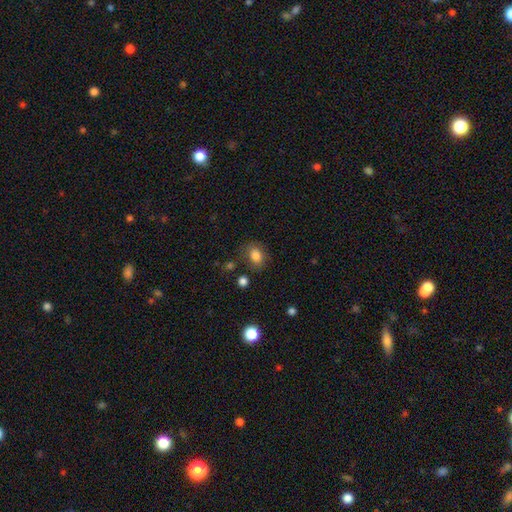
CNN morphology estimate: type=smooth (81%); roundness=in between (65%); merging=none (75%).